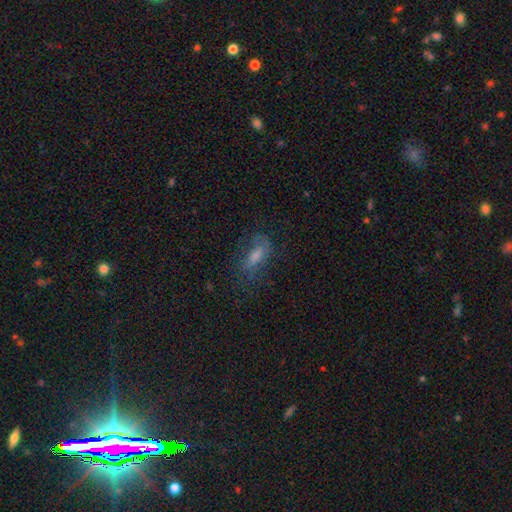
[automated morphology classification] A smooth galaxy with no disk features (44%).

Vote fractions:
- Smooth or featured? smooth: 44% / featured or disk: 34% / star or artifact: 22%
- Merging? none: 66% / minor disturbance: 20% / major disturbance: 12% / merger: 2%